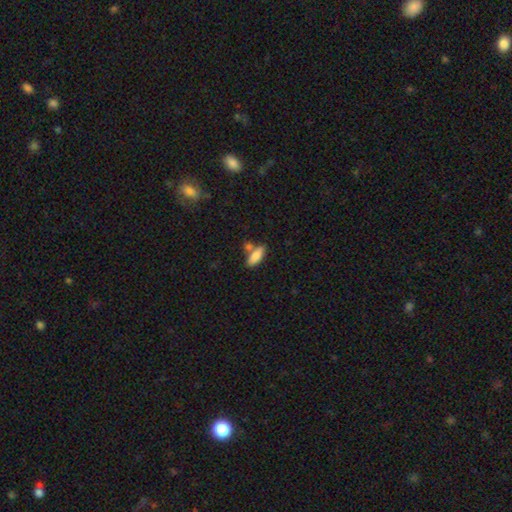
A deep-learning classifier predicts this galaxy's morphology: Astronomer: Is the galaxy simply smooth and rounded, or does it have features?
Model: smooth — 82%.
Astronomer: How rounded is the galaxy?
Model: in between — 67%.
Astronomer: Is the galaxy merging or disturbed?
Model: none — 63%.